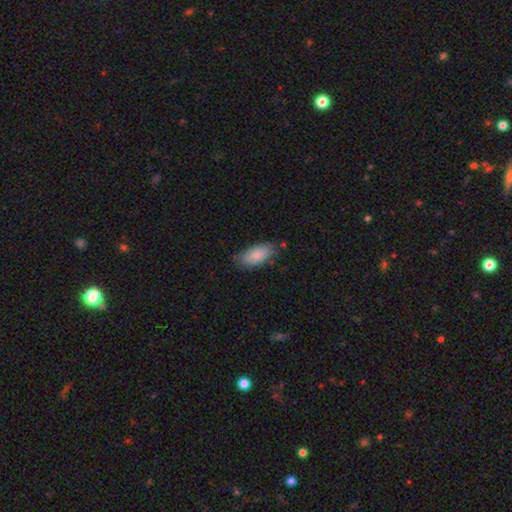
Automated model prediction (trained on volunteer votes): Overall: smooth (83%). How rounded: in between (90%). Merging: none (74%).